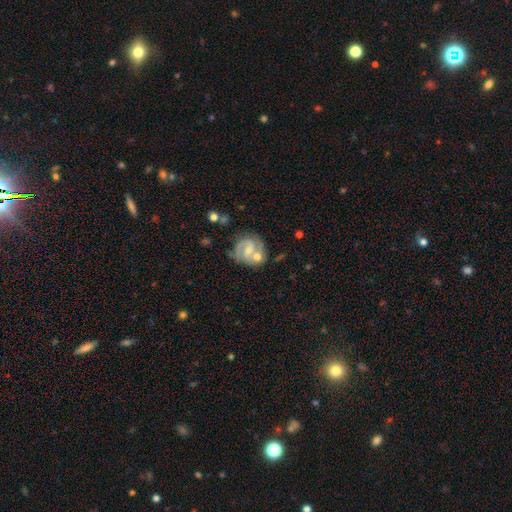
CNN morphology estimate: Smooth or featured: featured or disk — 71% (smooth — 21%)
Edge-on disk: no — 97% (yes — 3%)
Bar: weak — 49% (no — 29%)
Spiral arms: yes — 84% (no — 16%)
Spiral winding: medium — 44% (tight — 38%)
Spiral arm count: 2 — 71% (can't tell — 15%)
Bulge size: small — 48% (moderate — 45%)
Merging: none — 52% (merger — 25%)